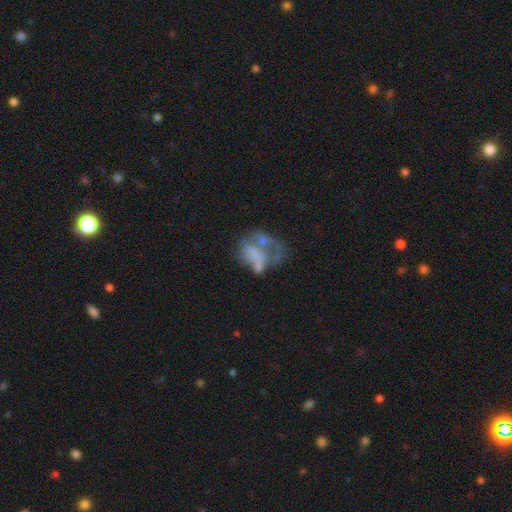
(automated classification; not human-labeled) Smooth or featured? Predicted: featured or disk (p=0.51). Edge-on disk? Predicted: no (p=0.98). Merging? Predicted: major disturbance (p=0.35).